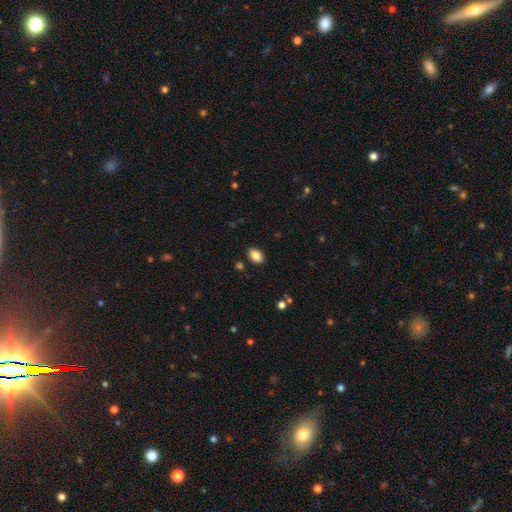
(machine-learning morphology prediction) A smooth galaxy with no disk features (86%) that is in between round and cigar-shaped (85%).

Vote fractions:
- Smooth or featured? smooth: 86% / star or artifact: 8% / featured or disk: 6%
- How rounded? in between: 85% / round: 14% / cigar-shaped: 1%
- Merging? none: 88% / minor disturbance: 8% / major disturbance: 2% / merger: 2%